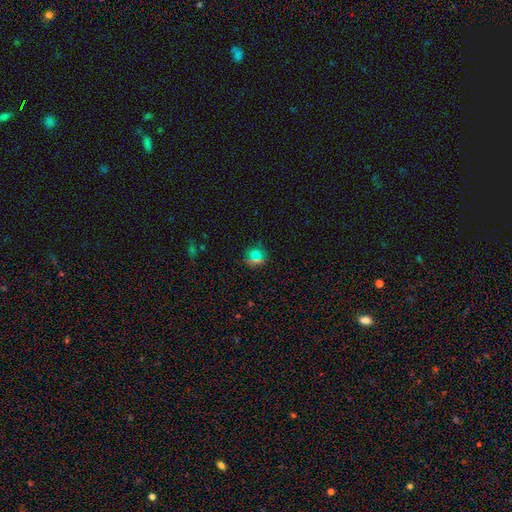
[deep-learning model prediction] Morphology: type=smooth (65%); roundness=round (88%); merging=none (78%).